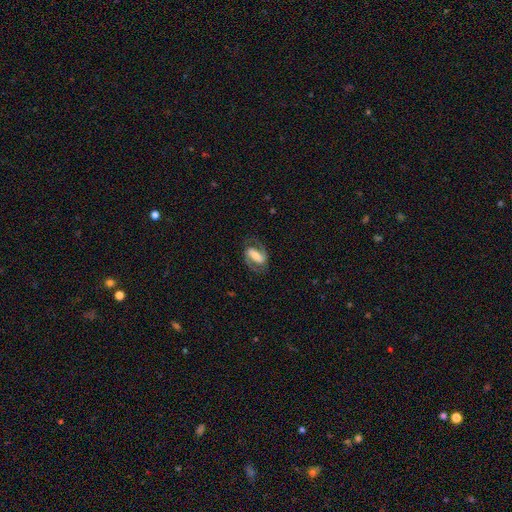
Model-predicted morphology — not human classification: This appears to be a featured or disk galaxy (79%) with a strong bar (54%), 2 (90%) medium (53%) spiral arms (93%) and a moderate central bulge (47%). Merging: none (76%).